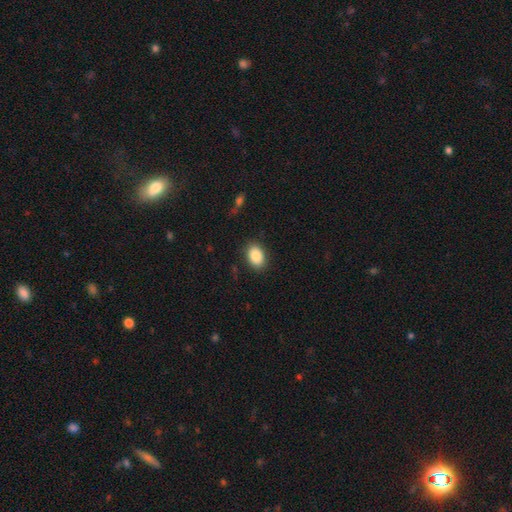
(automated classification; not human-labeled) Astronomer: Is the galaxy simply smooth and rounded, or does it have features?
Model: smooth — 86%.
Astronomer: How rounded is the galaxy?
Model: in between — 82%.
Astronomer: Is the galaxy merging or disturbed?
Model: none — 86%.